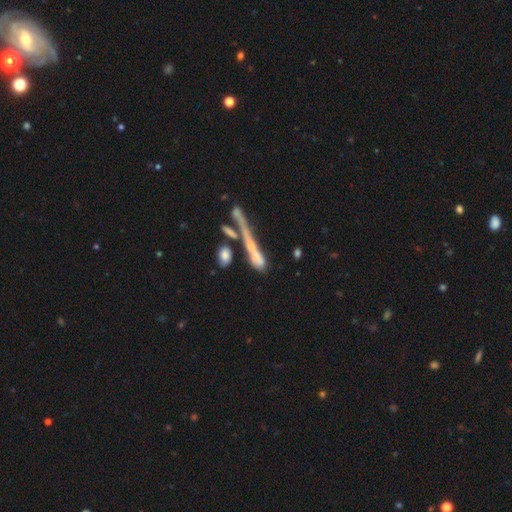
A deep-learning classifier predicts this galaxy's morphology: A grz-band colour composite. It shows a featured or disk galaxy (44%). Merging: merger (36%).